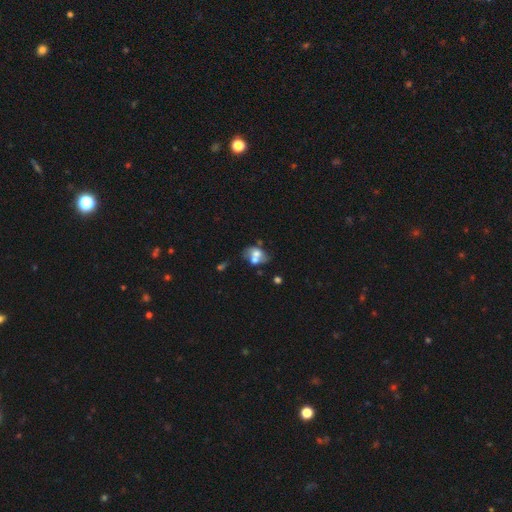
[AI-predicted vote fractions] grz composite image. It shows a smooth galaxy with no disk features (50%) that is in between round and cigar-shaped (65%). Merging: merger (52%).